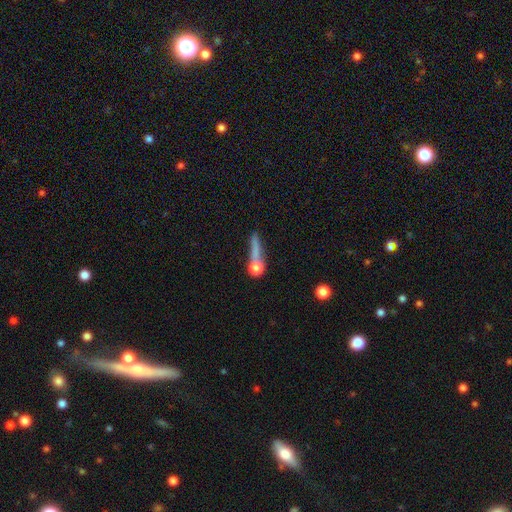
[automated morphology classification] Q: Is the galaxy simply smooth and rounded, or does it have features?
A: smooth — 59%.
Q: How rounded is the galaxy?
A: cigar-shaped — 47%.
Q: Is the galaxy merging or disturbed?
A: none — 43%.